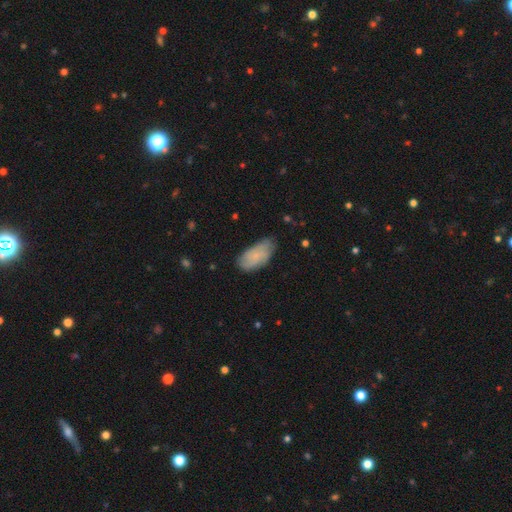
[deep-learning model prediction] Smooth or featured? smooth (67%)
How rounded? in between (92%)
Merging? none (63%)